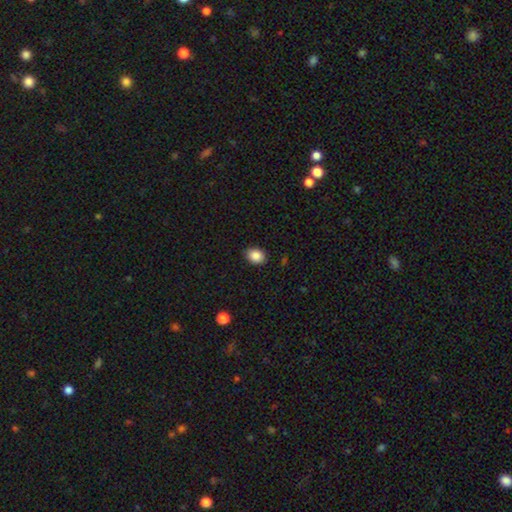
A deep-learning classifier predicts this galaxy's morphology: This appears to be a smooth galaxy with no disk features (88%) that is in between round and cigar-shaped (63%). Merging: none (88%).